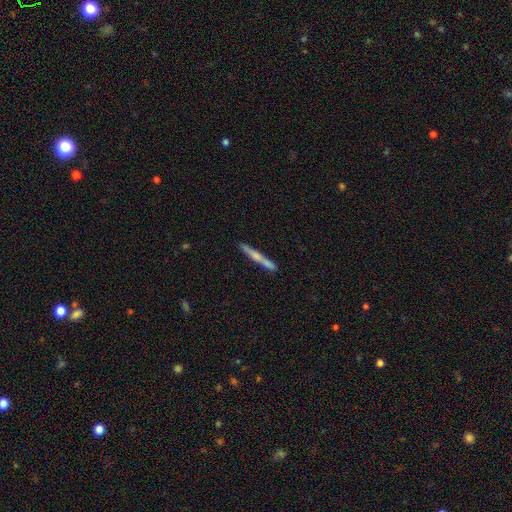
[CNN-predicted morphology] Smooth or featured? featured or disk (51%)
Edge-on disk? yes (96%)
Merging? none (81%)